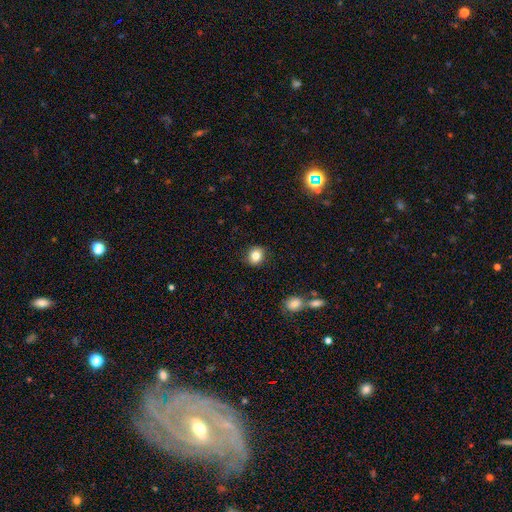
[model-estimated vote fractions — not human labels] smooth_or_featured: smooth (p=0.82) [alt: star or artifact p=0.10]
how_rounded: round (p=0.74) [alt: in between p=0.25]
merging: none (p=0.90) [alt: minor disturbance p=0.07]